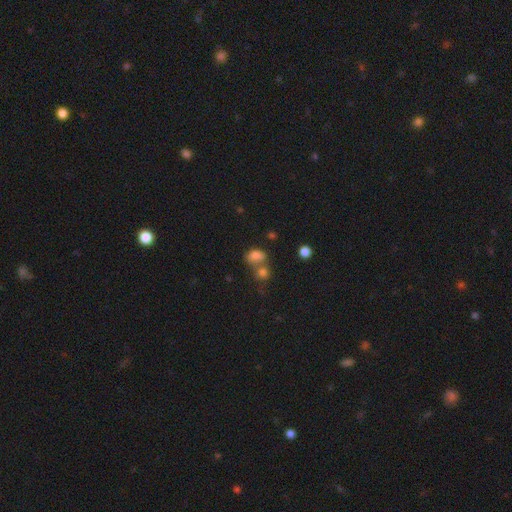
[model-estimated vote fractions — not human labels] smooth 77%, star or artifact 14%, featured or disk 9%. Down the decision tree: how rounded — in between (72%); merging — merger (42%).